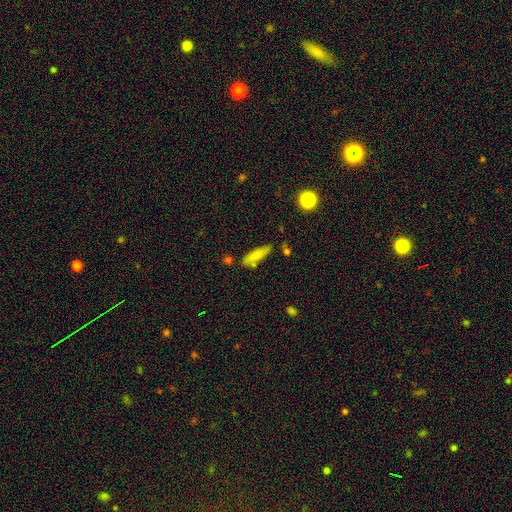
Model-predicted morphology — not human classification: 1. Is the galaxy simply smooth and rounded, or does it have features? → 76% smooth, 16% featured or disk, 8% star or artifact.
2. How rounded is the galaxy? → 59% cigar-shaped, 39% in between, 2% round.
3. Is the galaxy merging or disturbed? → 71% none, 18% minor disturbance, 7% merger, 4% major disturbance.